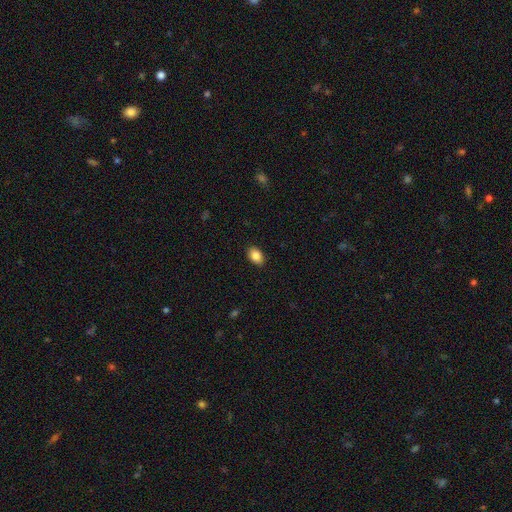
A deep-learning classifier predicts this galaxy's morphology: smooth_or_featured: smooth (p=0.86) [alt: star or artifact p=0.08]
how_rounded: in between (p=0.84) [alt: round p=0.14]
merging: none (p=0.89) [alt: minor disturbance p=0.08]